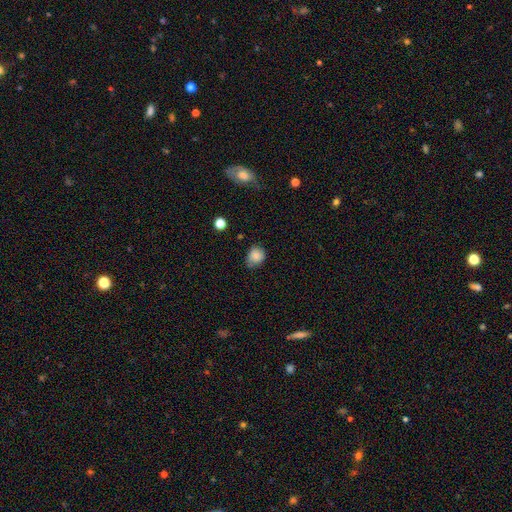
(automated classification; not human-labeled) Morphology: type=smooth (83%); roundness=round (66%); merging=none (64%).